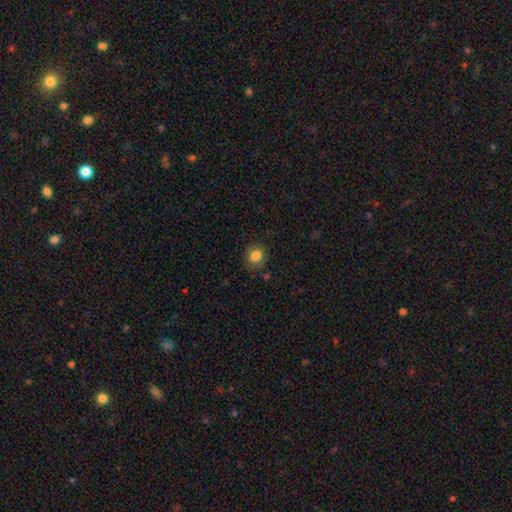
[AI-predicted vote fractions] Q: Smooth or featured?
A: smooth (83%); runner-up: star or artifact (10%)
Q: How rounded?
A: round (70%); runner-up: in between (29%)
Q: Merging?
A: none (83%); runner-up: minor disturbance (12%)